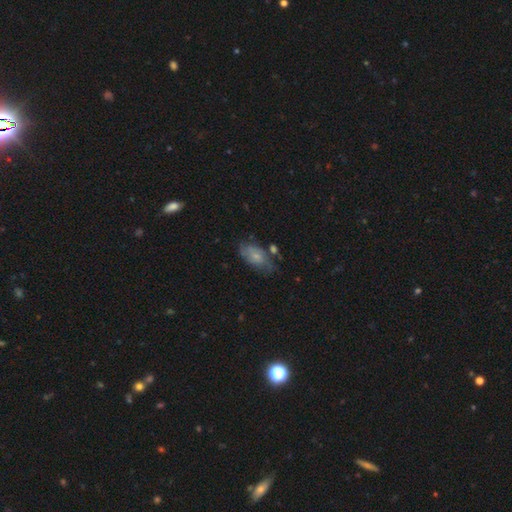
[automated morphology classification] Smooth or featured? smooth (66%)
How rounded? in between (90%)
Merging? none (49%)